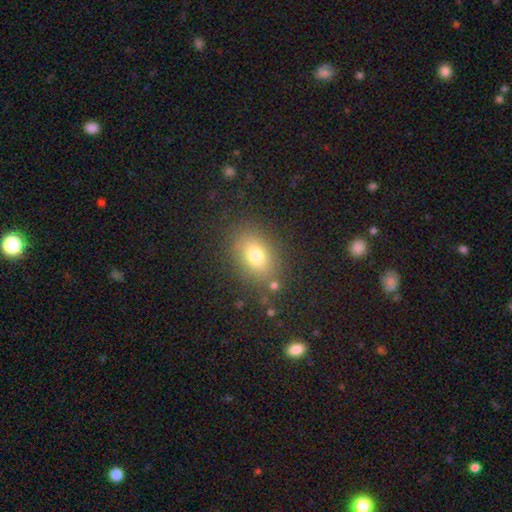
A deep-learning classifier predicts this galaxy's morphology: smooth-or-featured: smooth: 76% | star or artifact: 13% | featured or disk: 12%
  how-rounded: in between: 73% | round: 26% | cigar-shaped: 2%
  merging: none: 81% | minor disturbance: 11% | major disturbance: 4% | merger: 3%